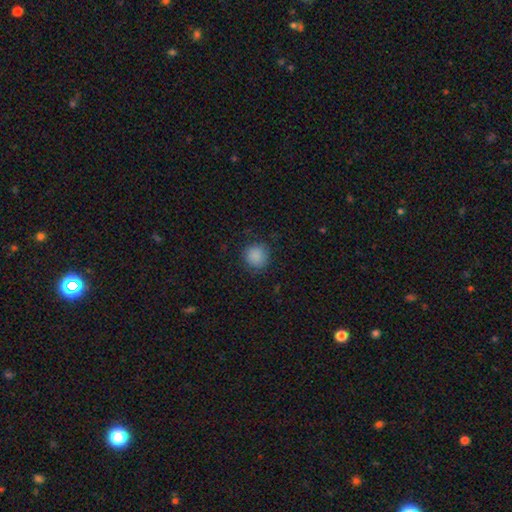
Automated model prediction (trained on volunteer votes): Smooth or featured? Predicted: smooth (p=0.87). How rounded? Predicted: round (p=0.90). Merging? Predicted: none (p=0.84).